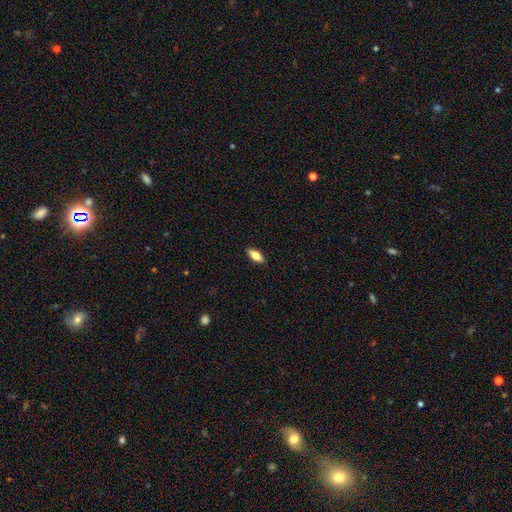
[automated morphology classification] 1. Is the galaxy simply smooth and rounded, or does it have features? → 74% smooth, 19% featured or disk, 7% star or artifact.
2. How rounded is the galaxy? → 80% in between, 17% cigar-shaped, 3% round.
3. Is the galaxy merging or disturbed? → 89% none, 8% minor disturbance, 2% major disturbance, 1% merger.